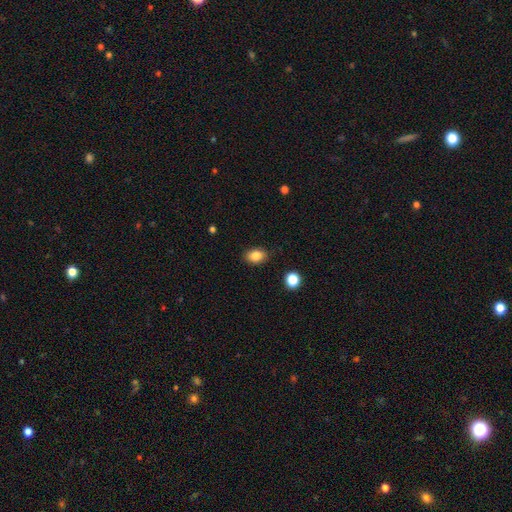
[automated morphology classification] A smooth galaxy with no disk features (84%) that is in between round and cigar-shaped (79%). Merging: none (86%).